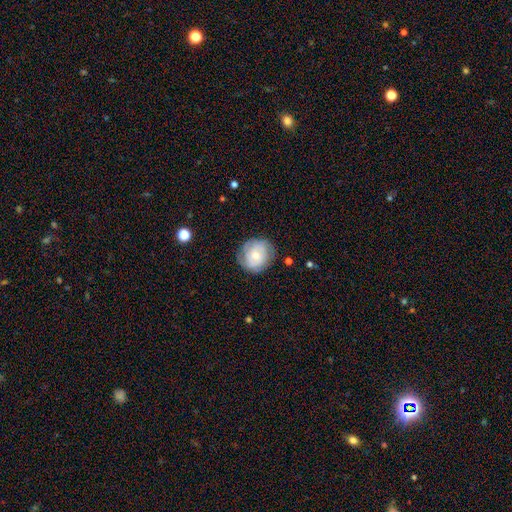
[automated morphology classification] This is possibly a featured or disk galaxy (55%). It is clearly not viewed edge-on (98%). Bar: likely no (70%). Spiral arm pattern: clearly yes (84%). Central bulge: possibly small (51%). Merging: likely none (77%).